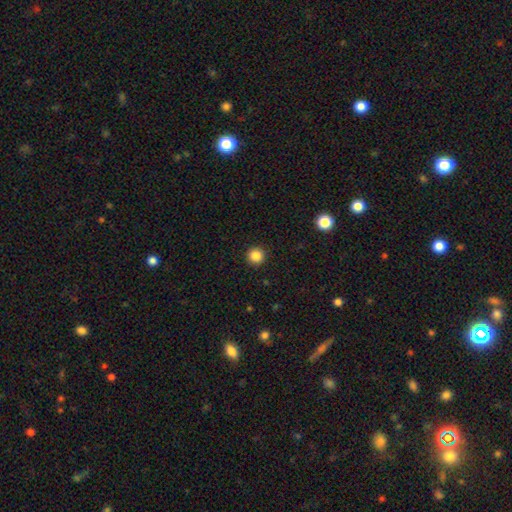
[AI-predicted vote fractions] A smooth galaxy with no disk features (85%) that is round (95%). Merging: none (93%).